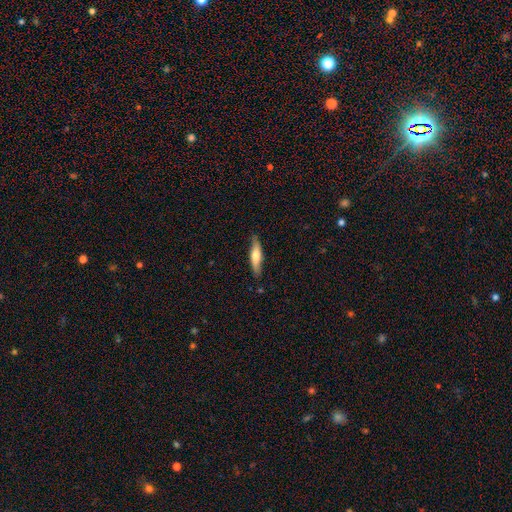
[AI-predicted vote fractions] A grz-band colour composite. It shows a smooth galaxy with no disk features (58%) that is cigar-shaped (75%). Merging: none (83%).